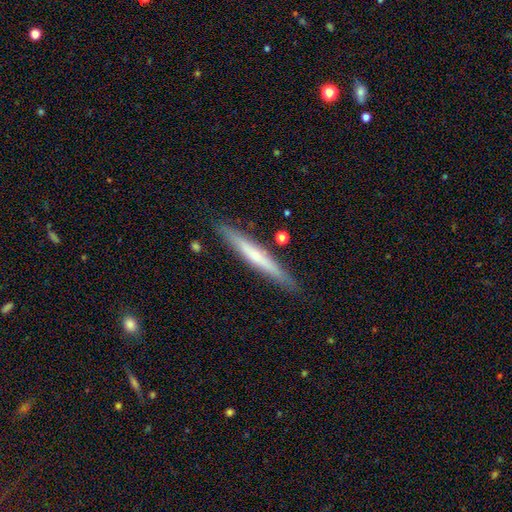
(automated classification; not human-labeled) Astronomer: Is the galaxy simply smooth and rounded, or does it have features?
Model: featured or disk — 49% (runner-up: smooth, 45%).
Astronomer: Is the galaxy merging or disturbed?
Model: none — 87%.